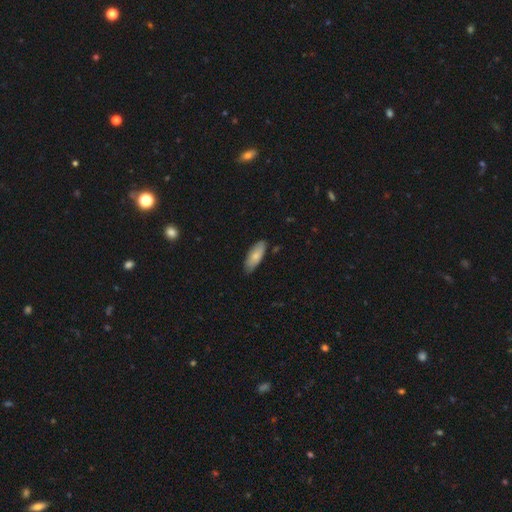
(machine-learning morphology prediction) smooth 80%, featured or disk 15%, star or artifact 5%. Down the decision tree: how rounded — in between (74%); merging — none (80%).